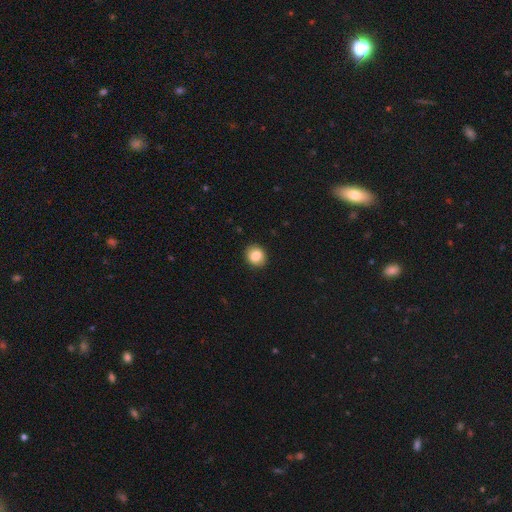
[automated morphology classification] A smooth galaxy with no disk features (85%) that is round (76%).

Vote fractions:
- Smooth or featured? smooth: 85% / star or artifact: 9% / featured or disk: 6%
- How rounded? round: 76% / in between: 23% / cigar-shaped: 1%
- Merging? none: 91% / minor disturbance: 6% / major disturbance: 2% / merger: 1%